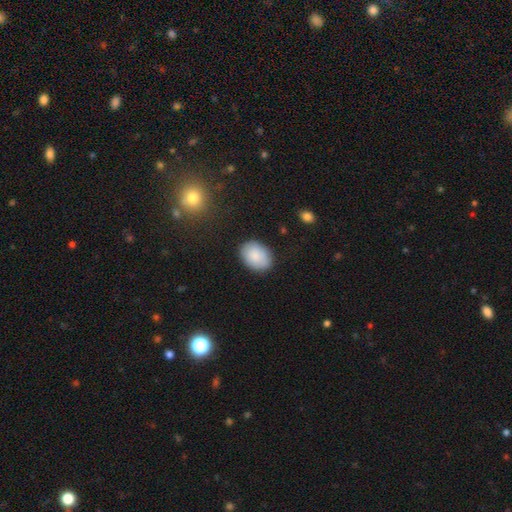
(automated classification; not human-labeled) A smooth galaxy with no disk features (85%) that is in between round and cigar-shaped (73%). Merging: none (84%).